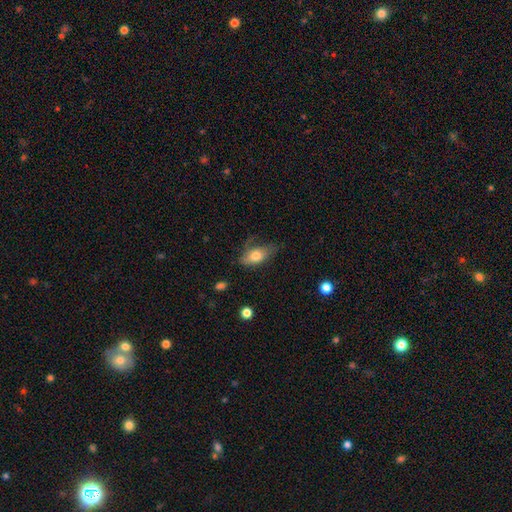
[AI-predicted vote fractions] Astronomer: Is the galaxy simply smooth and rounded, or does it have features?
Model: smooth — 73%.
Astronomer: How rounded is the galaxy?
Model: in between — 85%.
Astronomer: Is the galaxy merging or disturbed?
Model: none — 48% (runner-up: minor disturbance, 34%).